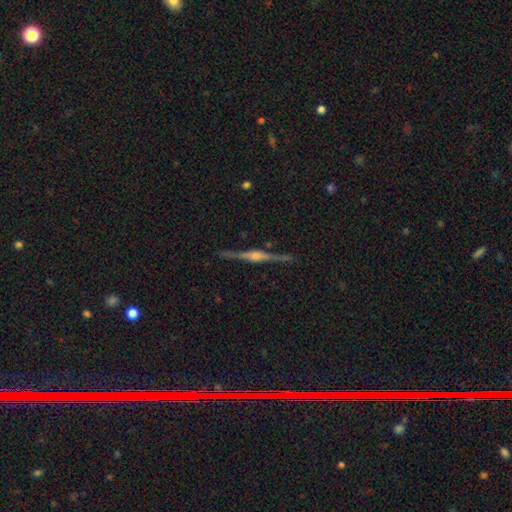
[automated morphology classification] Smooth or featured?
  - featured or disk: 88% *
  - smooth: 6%
  - star or artifact: 6%
Edge-on disk?
  - yes: 98% *
  - no: 2%
Edge-on bulge?
  - rounded: 86% *
  - boxy: 9%
  - none: 5%
Merging?
  - none: 91% *
  - minor disturbance: 6%
  - major disturbance: 1%
  - merger: 1%